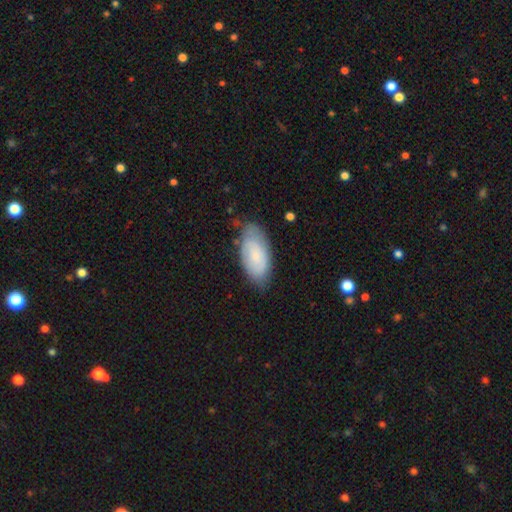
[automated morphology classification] This is likely a smooth galaxy (68%). How rounded: clearly in between (92%). Merging: likely none (70%).